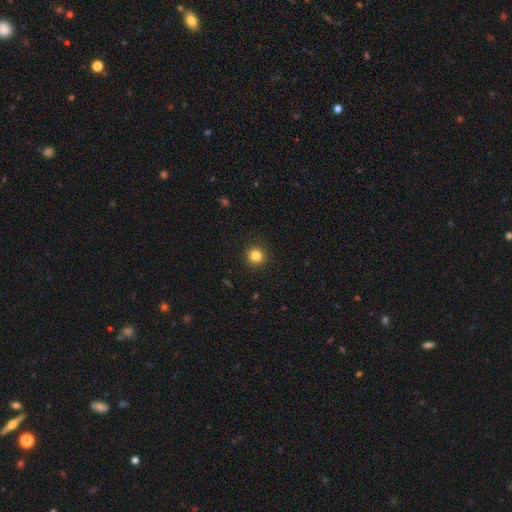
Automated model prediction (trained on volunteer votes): This is clearly a smooth galaxy (83%). How rounded: clearly round (94%). Merging: clearly none (93%).